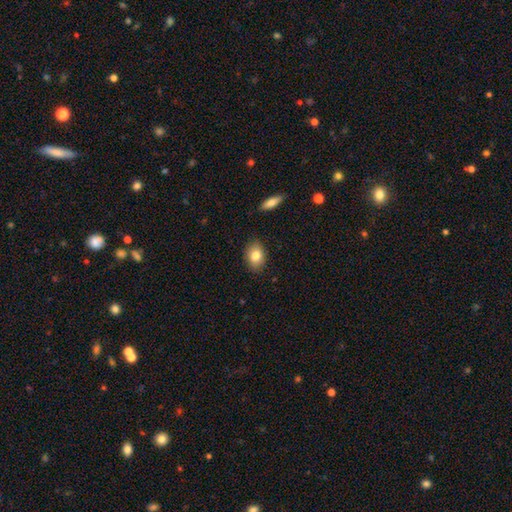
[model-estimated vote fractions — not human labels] Overall: smooth (82%). How rounded: in between (75%). Merging: none (86%).